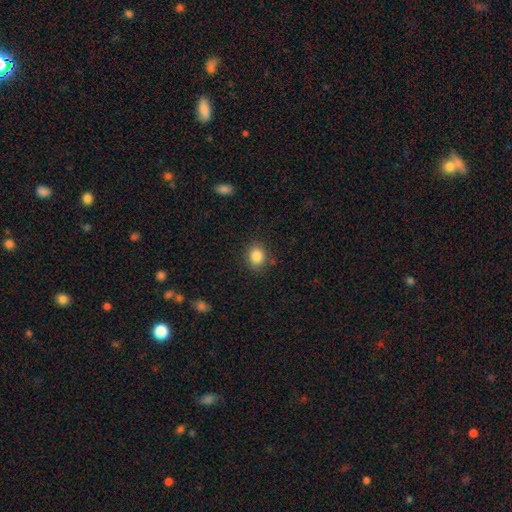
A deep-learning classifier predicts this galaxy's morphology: A smooth galaxy with no disk features (86%) that is round (65%). Merging: none (84%).